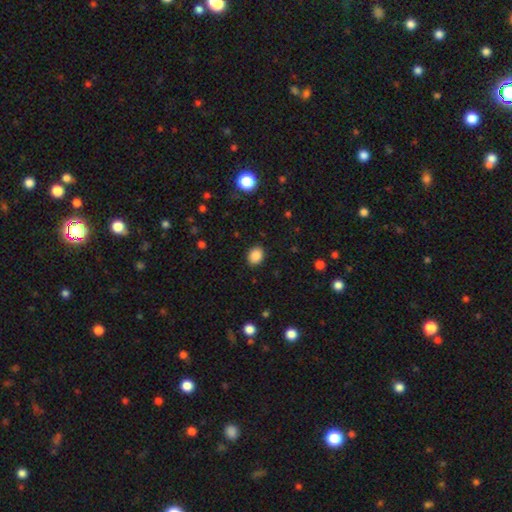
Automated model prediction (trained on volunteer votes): Smooth or featured? smooth (87%)
How rounded? in between (53%)
Merging? none (89%)